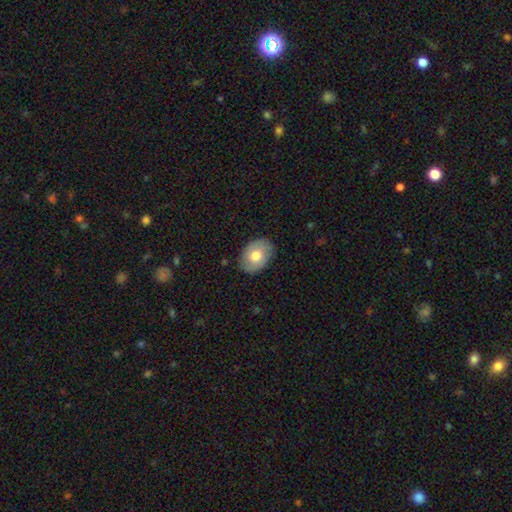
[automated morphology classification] Smooth or featured? smooth (69%)
How rounded? in between (77%)
Merging? none (84%)